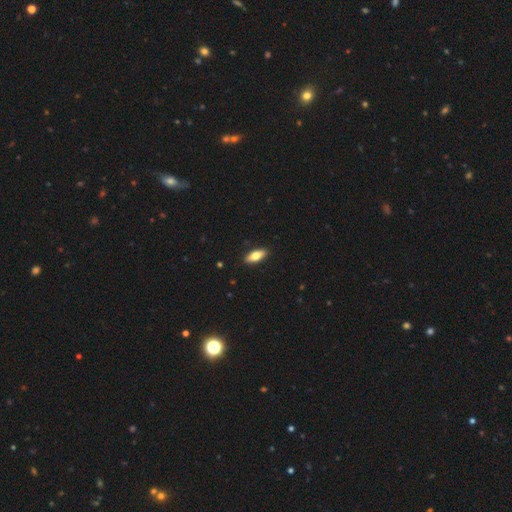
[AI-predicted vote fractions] This is likely a smooth galaxy (74%). How rounded: likely in between (76%). Merging: clearly none (90%).